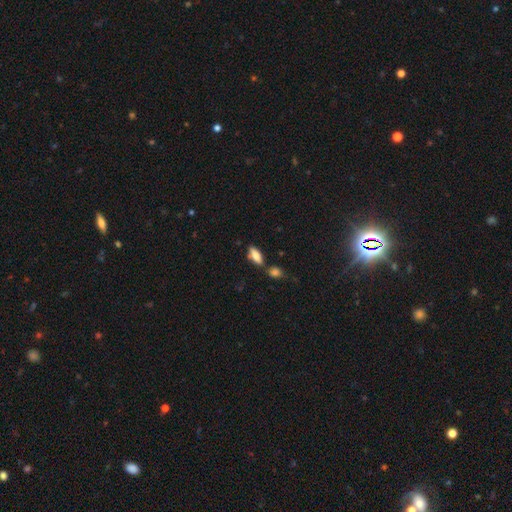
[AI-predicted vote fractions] A smooth galaxy with no disk features (78%) that is in between round and cigar-shaped (74%). Merging: none (67%).